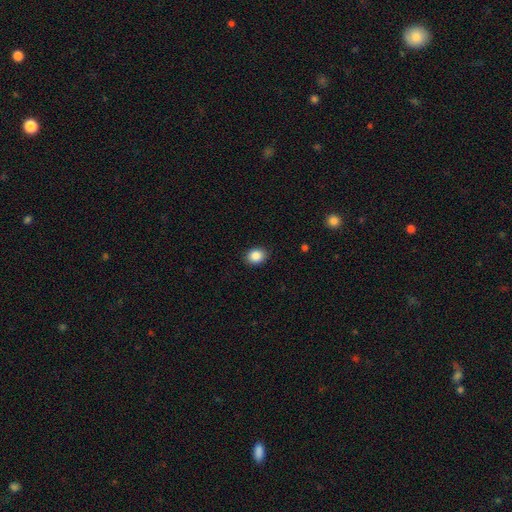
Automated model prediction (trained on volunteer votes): smooth_or_featured: smooth (p=0.87) [alt: star or artifact p=0.09]
how_rounded: round (p=0.53) [alt: in between p=0.46]
merging: none (p=0.89) [alt: minor disturbance p=0.08]